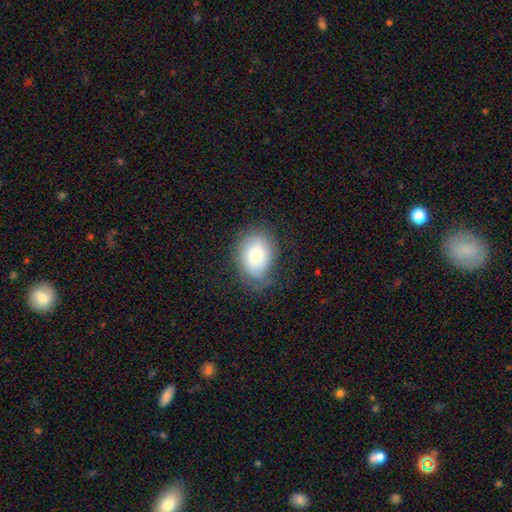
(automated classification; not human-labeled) A smooth galaxy with no disk features (69%) that is in between round and cigar-shaped (72%).

Vote fractions:
- Smooth or featured? smooth: 69% / featured or disk: 22% / star or artifact: 9%
- How rounded? in between: 72% / round: 27% / cigar-shaped: 1%
- Merging? none: 67% / minor disturbance: 23% / major disturbance: 8% / merger: 1%